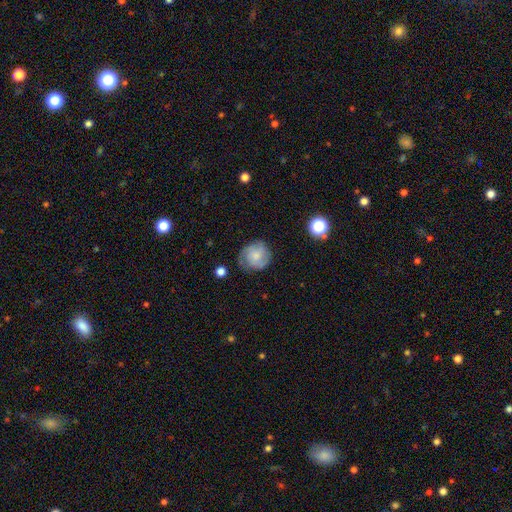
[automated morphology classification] Overall: smooth (55%; featured or disk 37%). How rounded: round (86%). Merging: none (69%).